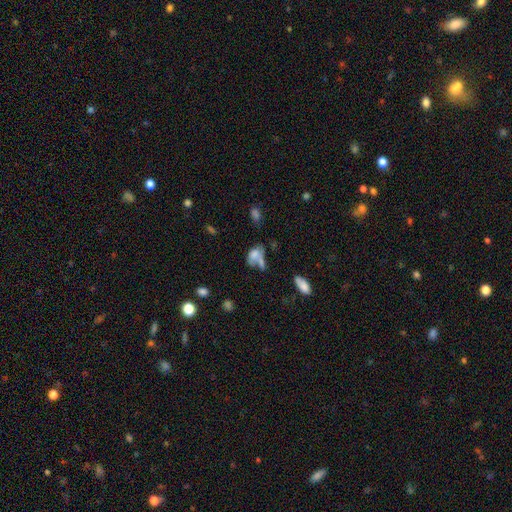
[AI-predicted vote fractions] Overall: smooth (66%). How rounded: in between (82%). Merging: merger (38%; none 25%).